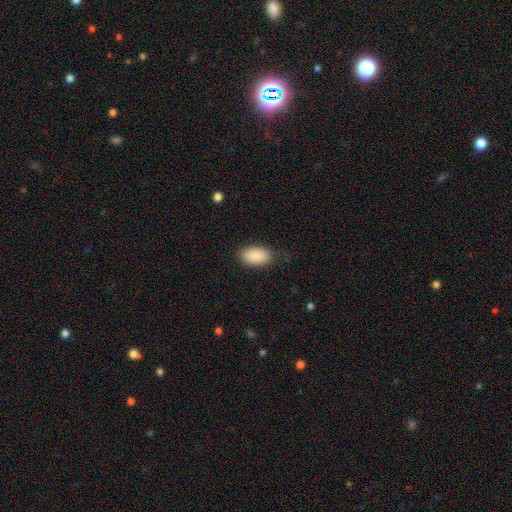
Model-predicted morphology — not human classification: Q: Smooth or featured?
A: smooth (89%); runner-up: star or artifact (6%)
Q: How rounded?
A: in between (94%); runner-up: round (4%)
Q: Merging?
A: none (79%); runner-up: minor disturbance (16%)